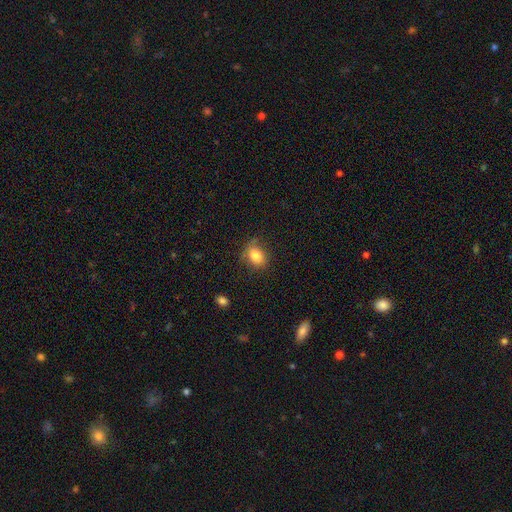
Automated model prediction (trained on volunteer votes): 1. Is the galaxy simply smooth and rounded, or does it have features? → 81% smooth, 10% star or artifact, 9% featured or disk.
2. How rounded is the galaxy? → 56% in between, 43% round, 1% cigar-shaped.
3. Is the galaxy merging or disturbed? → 68% none, 23% minor disturbance, 6% major disturbance, 2% merger.